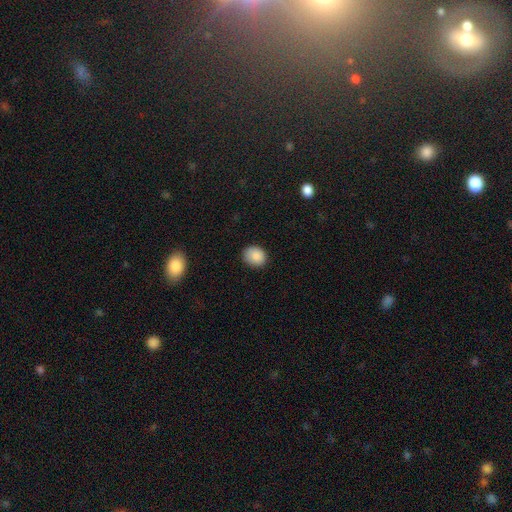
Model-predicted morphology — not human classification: Q: Smooth or featured?
A: smooth (87%); runner-up: star or artifact (9%)
Q: How rounded?
A: round (64%); runner-up: in between (36%)
Q: Merging?
A: none (84%); runner-up: minor disturbance (12%)